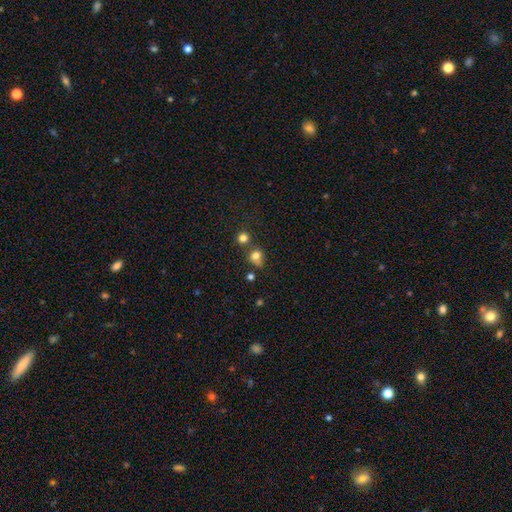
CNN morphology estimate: The model was most divided on "merging": none: 52%, merger: 23%, minor disturbance: 18%, major disturbance: 8%. More confident: how rounded — round (76%); smooth or featured — smooth (76%).